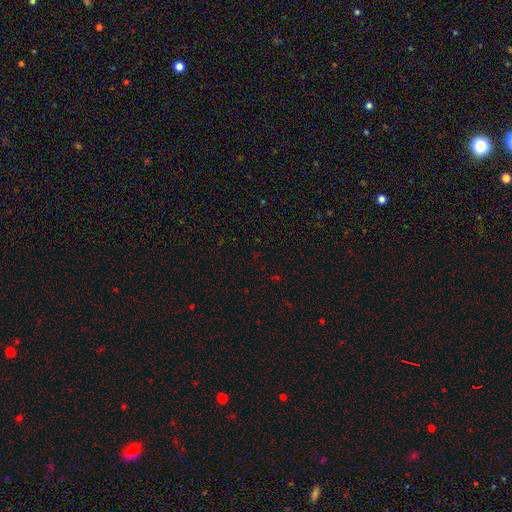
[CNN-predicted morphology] A star or artifact, not a galaxy (69%).